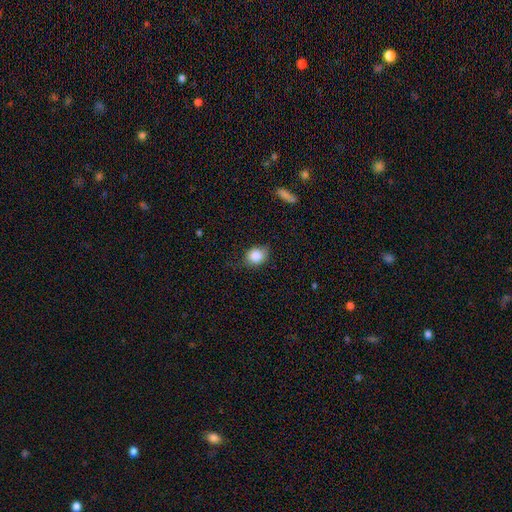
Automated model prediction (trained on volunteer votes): Smooth or featured? smooth (85%)
How rounded? round (62%)
Merging? none (71%)